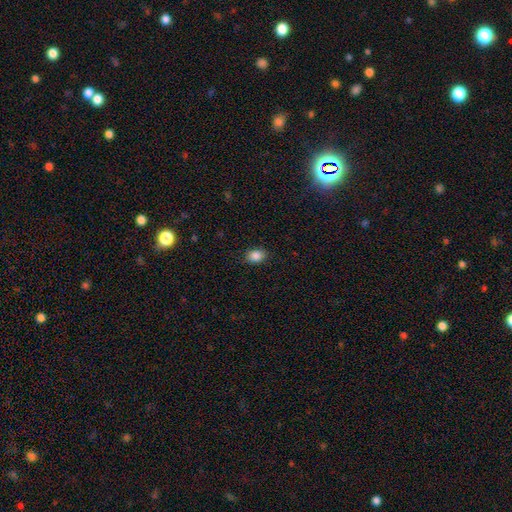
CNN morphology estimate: Smooth or featured? Predicted: smooth (p=0.86). How rounded? Predicted: in between (p=0.63). Merging? Predicted: none (p=0.86).